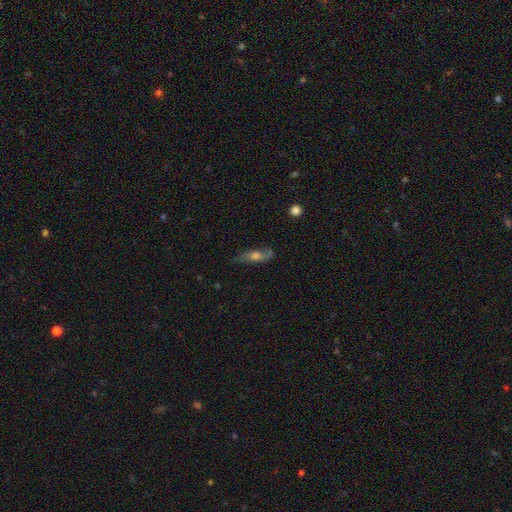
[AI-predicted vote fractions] Smooth or featured?
  - featured or disk: 58% *
  - smooth: 34%
  - star or artifact: 8%
Edge-on disk?
  - yes: 56% *
  - no: 44%
Merging?
  - none: 67% *
  - minor disturbance: 23%
  - major disturbance: 8%
  - merger: 2%